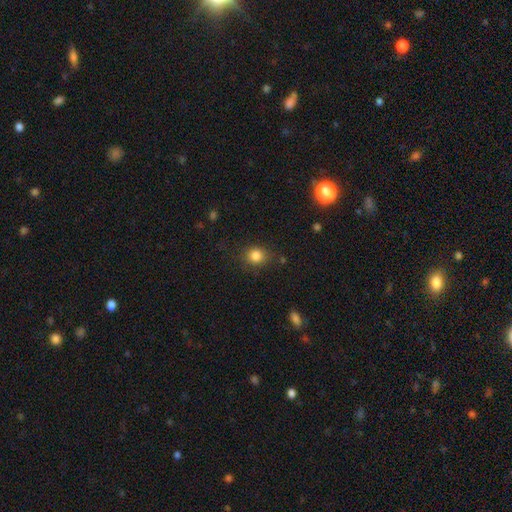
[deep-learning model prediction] This is clearly a smooth galaxy (83%). How rounded: likely round (73%). Merging: likely none (78%).